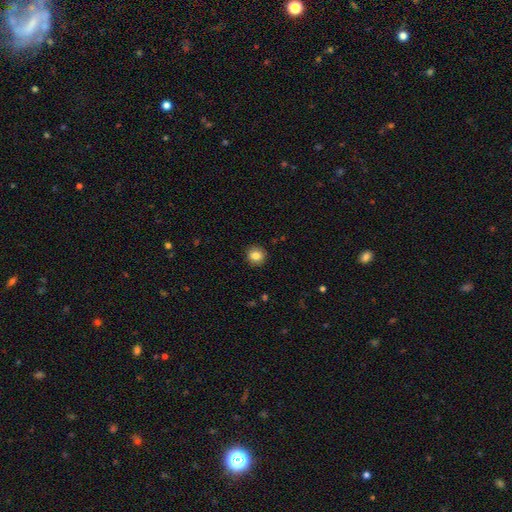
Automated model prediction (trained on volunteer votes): This appears to be a smooth galaxy with no disk features (84%) that is round (89%). Merging: none (91%).